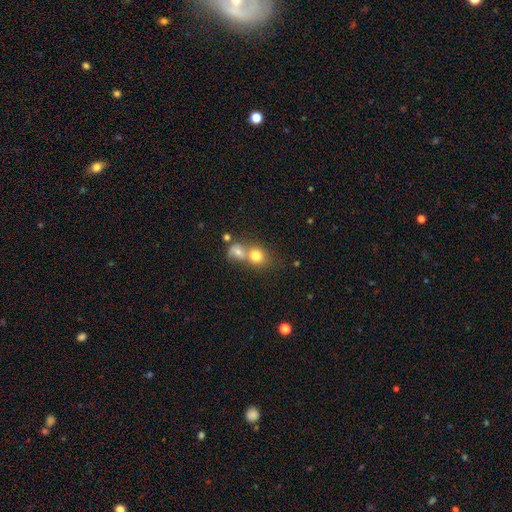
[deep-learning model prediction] Smooth or featured? smooth (75%)
How rounded? round (71%)
Merging? merger (55%)